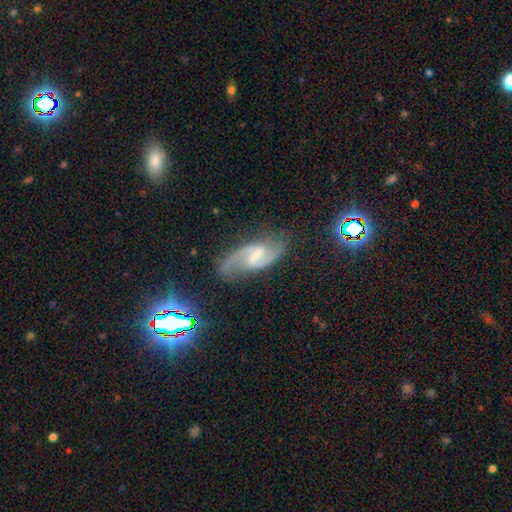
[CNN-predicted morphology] Smooth or featured? Predicted: featured or disk (p=0.87). Edge-on disk? Predicted: no (p=0.97). Bar? Predicted: weak (p=0.52). Spiral arms? Predicted: yes (p=0.97). Spiral winding? Predicted: medium (p=0.47). Spiral arm count? Predicted: 2 (p=0.93). Bulge size? Predicted: none (p=0.37). Merging? Predicted: none (p=0.75).